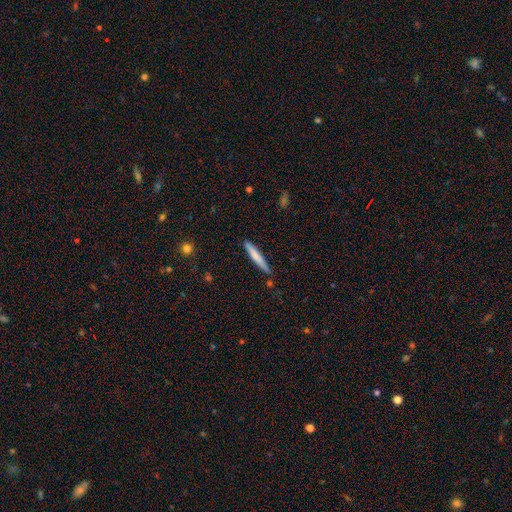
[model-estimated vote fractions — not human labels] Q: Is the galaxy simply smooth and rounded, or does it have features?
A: smooth — 72%.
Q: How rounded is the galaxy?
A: cigar-shaped — 95%.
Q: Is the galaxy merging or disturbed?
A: none — 81%.